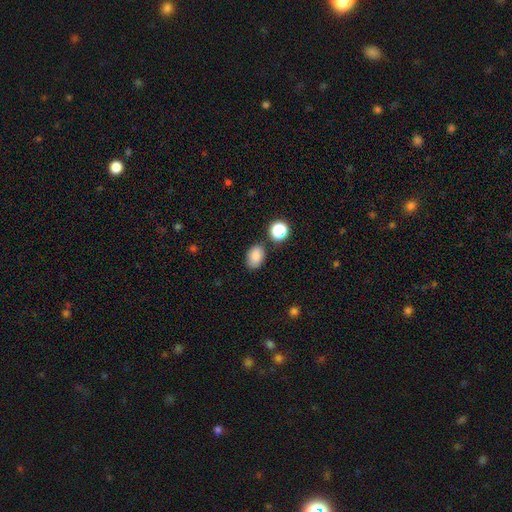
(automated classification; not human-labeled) A smooth galaxy with no disk features (83%) that is in between round and cigar-shaped (80%).

Vote fractions:
- Smooth or featured? smooth: 83% / star or artifact: 11% / featured or disk: 7%
- How rounded? in between: 80% / round: 19% / cigar-shaped: 1%
- Merging? none: 78% / minor disturbance: 13% / merger: 5% / major disturbance: 3%